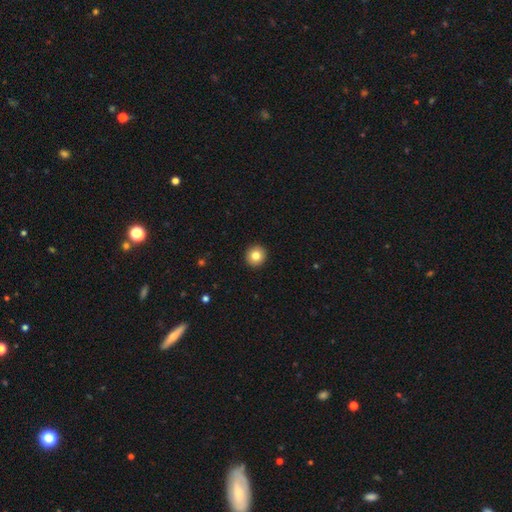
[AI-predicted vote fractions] The model was most divided on "smooth or featured": smooth: 82%, star or artifact: 10%, featured or disk: 8%. More confident: merging — none (93%); how rounded — round (93%).